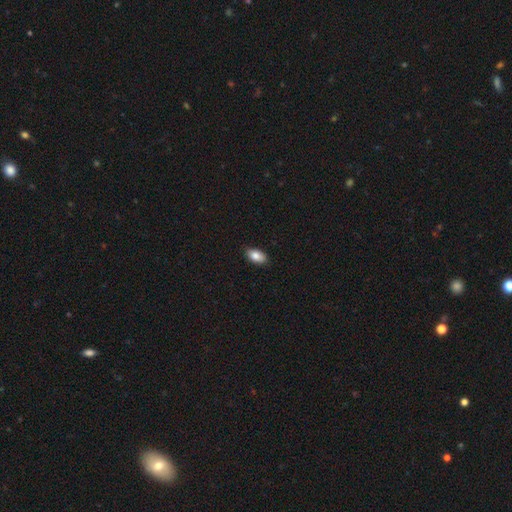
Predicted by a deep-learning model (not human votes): This appears to be a smooth galaxy with no disk features (84%) that is in between round and cigar-shaped (92%). Merging: none (88%).